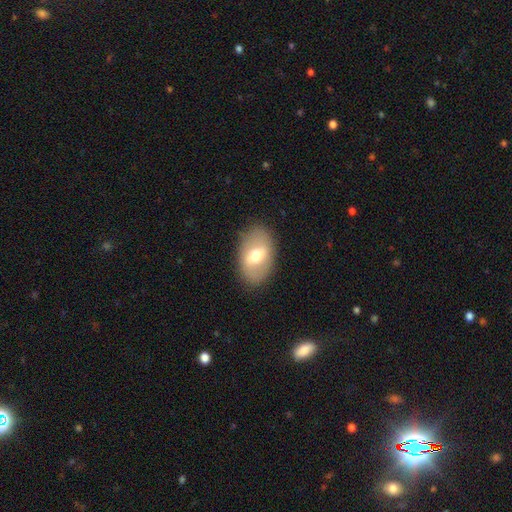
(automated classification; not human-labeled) This is possibly a smooth galaxy (52%). How rounded: clearly in between (88%). Merging: clearly none (83%).